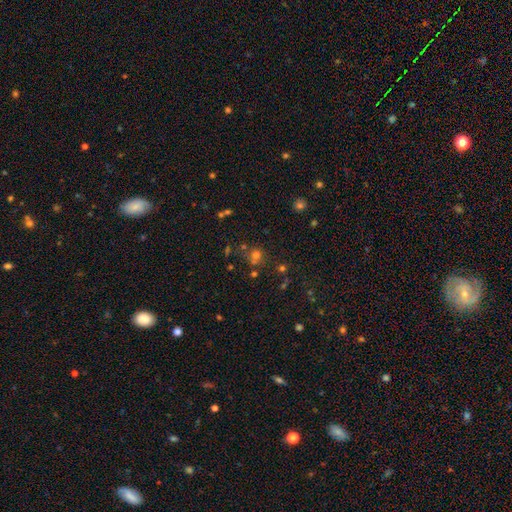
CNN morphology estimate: smooth_or_featured: smooth (p=0.61) [alt: star or artifact p=0.29]
how_rounded: round (p=0.87) [alt: in between p=0.12]
merging: none (p=0.62) [alt: merger p=0.23]